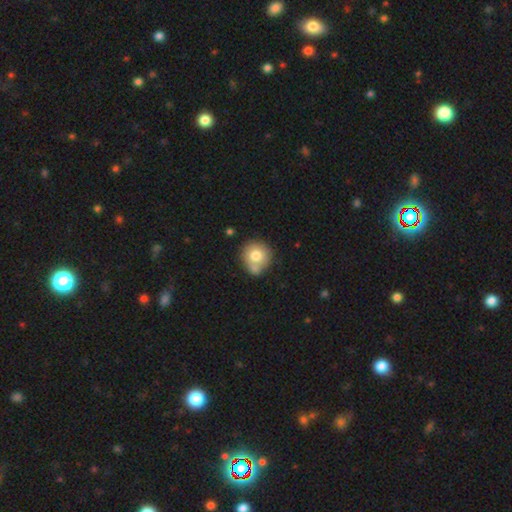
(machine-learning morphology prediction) This is likely a smooth galaxy (75%). How rounded: clearly round (89%). Merging: possibly none (60%).